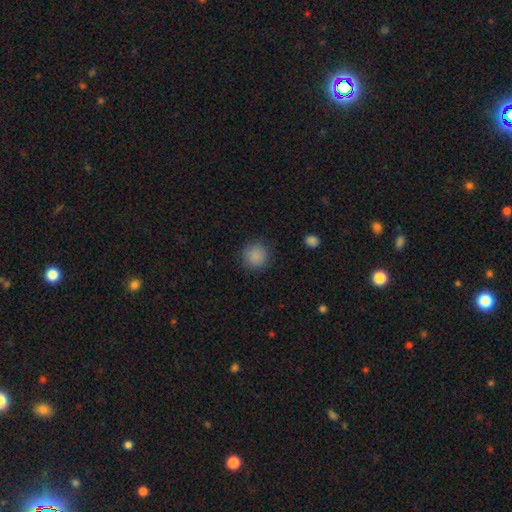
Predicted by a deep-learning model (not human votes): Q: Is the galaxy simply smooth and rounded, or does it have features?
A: smooth — 87%.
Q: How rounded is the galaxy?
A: round — 92%.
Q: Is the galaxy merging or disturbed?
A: none — 87%.